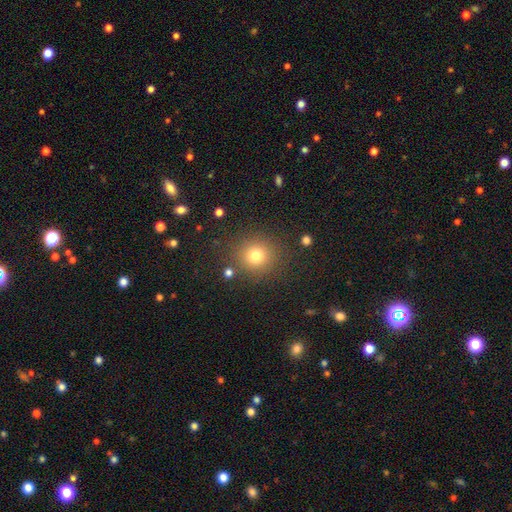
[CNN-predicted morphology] smooth 77%, star or artifact 15%, featured or disk 8%. Down the decision tree: how rounded — round (90%); merging — none (86%).